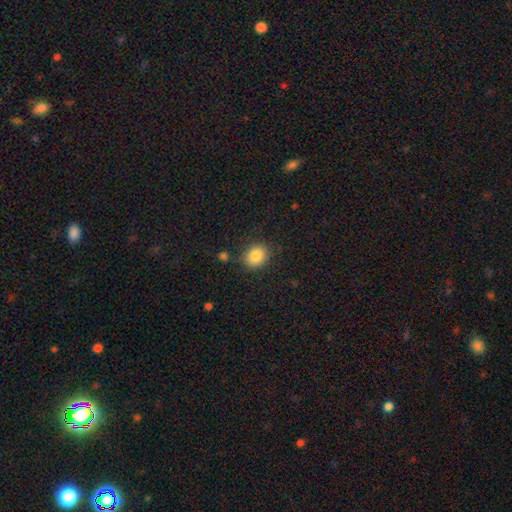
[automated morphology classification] The model was most divided on "how rounded": round: 60%, in between: 39%, cigar-shaped: 1%. More confident: smooth or featured — smooth (85%); merging — none (84%).